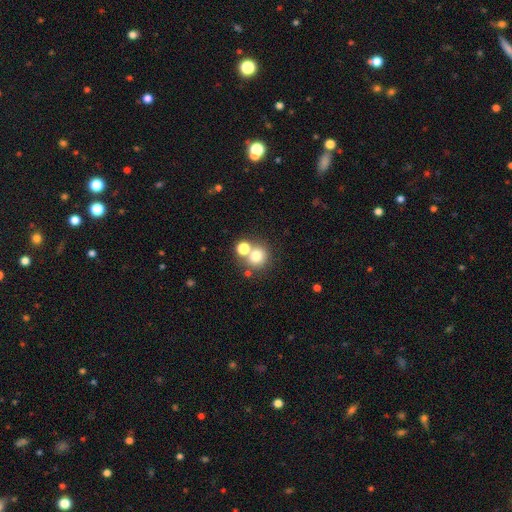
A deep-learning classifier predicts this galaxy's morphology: Overall: smooth (74%). How rounded: round (89%). Merging: none (59%; merger 30%).